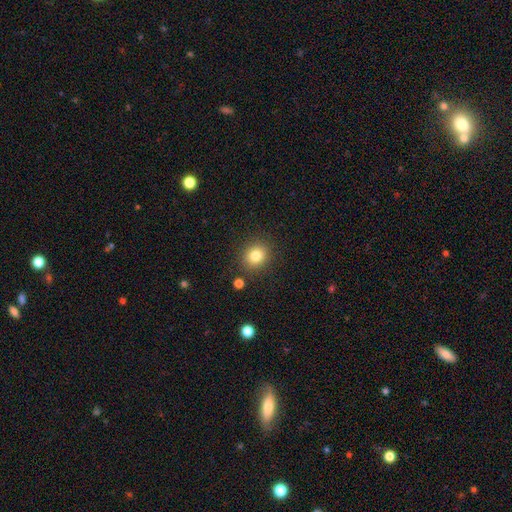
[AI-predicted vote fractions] The model was most divided on "how rounded": round: 79%, in between: 20%, cigar-shaped: 1%. More confident: merging — none (87%); smooth or featured — smooth (82%).